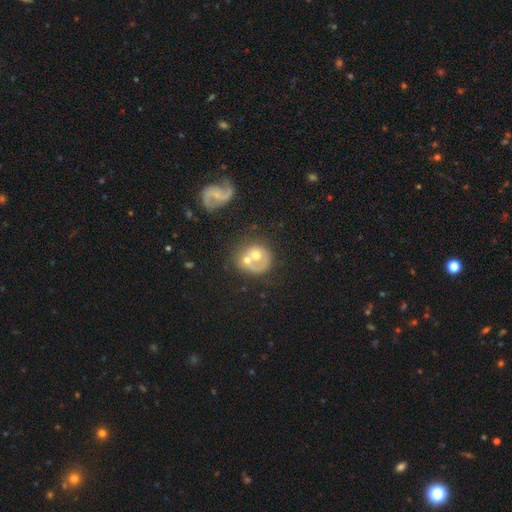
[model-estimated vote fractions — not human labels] Smooth or featured? featured or disk (47%)
Merging? merger (52%)